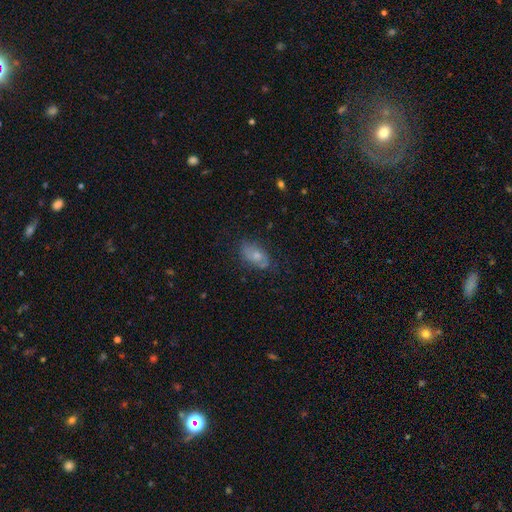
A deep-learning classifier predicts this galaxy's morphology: Smooth or featured? smooth (52%)
How rounded? in between (89%)
Merging? none (69%)